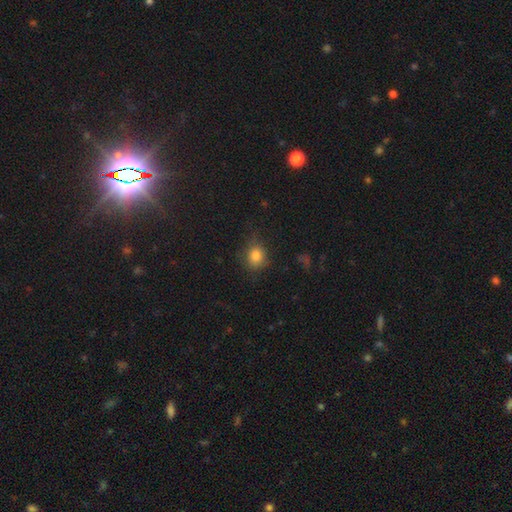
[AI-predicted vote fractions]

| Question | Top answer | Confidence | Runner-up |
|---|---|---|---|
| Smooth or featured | smooth | 81% | star or artifact (12%) |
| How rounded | round | 69% | in between (30%) |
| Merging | none | 73% | minor disturbance (19%) |